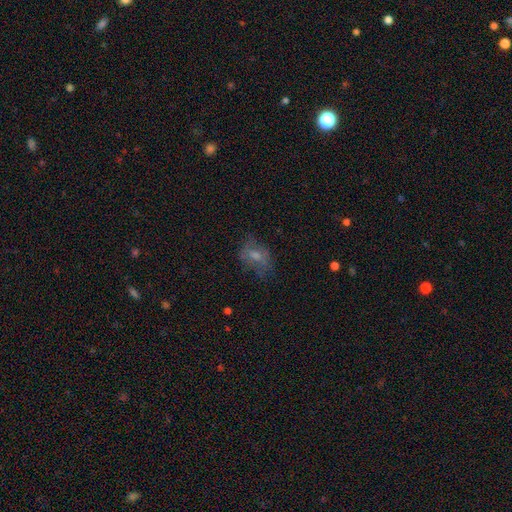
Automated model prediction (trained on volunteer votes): smooth-or-featured: smooth: 55% | featured or disk: 32% | star or artifact: 13%
  how-rounded: in between: 75% | round: 23% | cigar-shaped: 2%
  merging: none: 52% | minor disturbance: 25% | major disturbance: 21% | merger: 2%